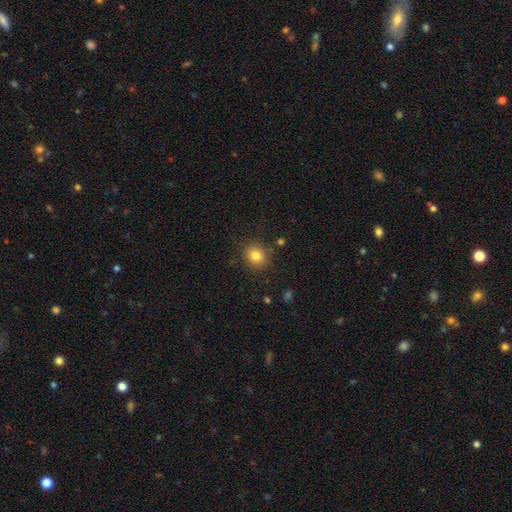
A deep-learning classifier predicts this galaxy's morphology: smooth_or_featured: smooth (p=0.82) [alt: star or artifact p=0.11]
how_rounded: round (p=0.80) [alt: in between p=0.19]
merging: none (p=0.86) [alt: minor disturbance p=0.09]